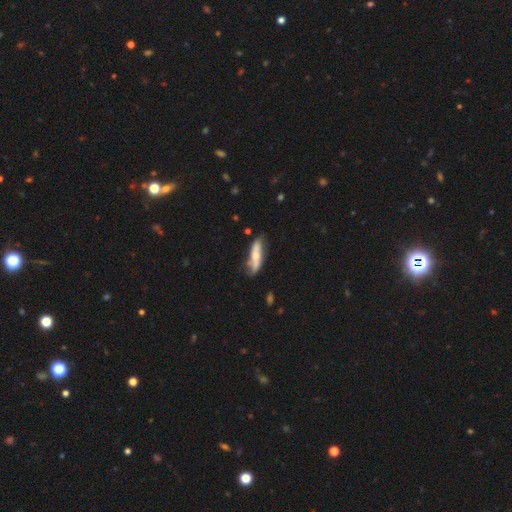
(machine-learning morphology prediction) This is possibly a featured or disk galaxy (49%). Merging: likely none (61%).